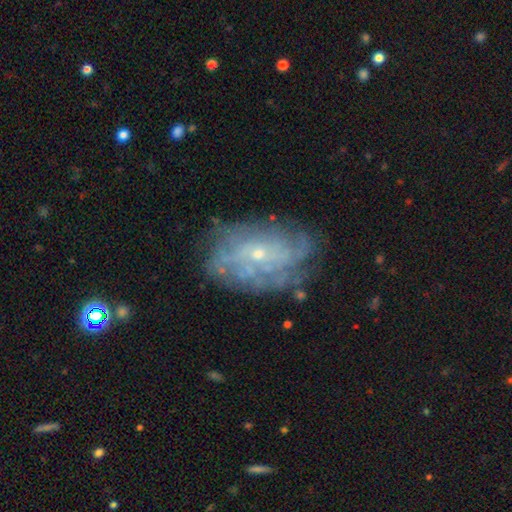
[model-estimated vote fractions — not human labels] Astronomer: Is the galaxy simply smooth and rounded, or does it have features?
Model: featured or disk — 74%.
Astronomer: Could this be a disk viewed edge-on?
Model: no — 95%.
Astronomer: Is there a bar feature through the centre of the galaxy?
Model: no — 75%.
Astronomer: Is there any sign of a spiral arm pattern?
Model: yes — 83%.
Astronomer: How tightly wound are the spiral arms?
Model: tight — 57%.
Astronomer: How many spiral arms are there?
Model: can't tell — 55%.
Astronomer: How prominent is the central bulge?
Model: small — 78%.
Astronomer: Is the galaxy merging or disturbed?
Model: none — 73%.